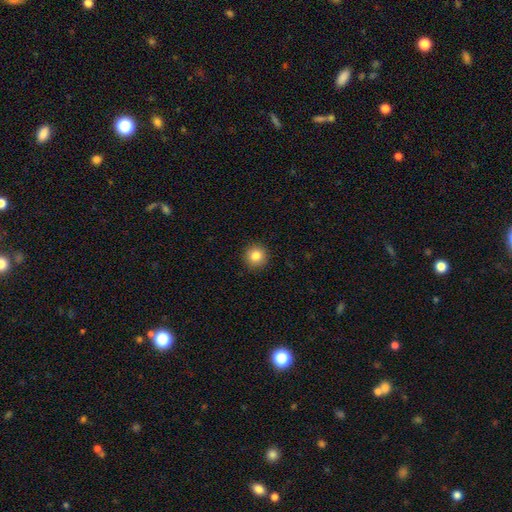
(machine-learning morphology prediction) A smooth galaxy with no disk features (84%) that is round (95%). Merging: none (93%).